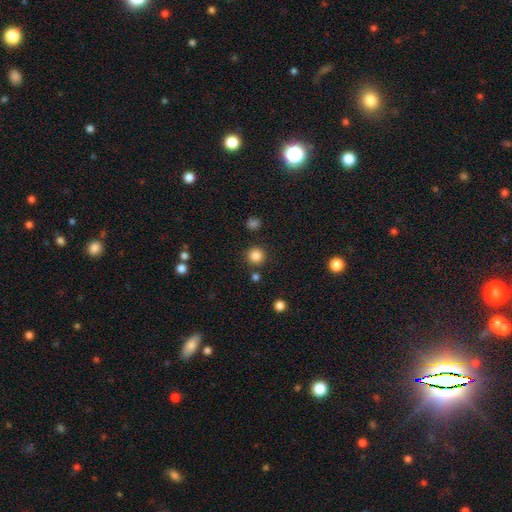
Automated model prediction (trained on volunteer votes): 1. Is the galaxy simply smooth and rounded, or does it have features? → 84% smooth, 12% star or artifact, 4% featured or disk.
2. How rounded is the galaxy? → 95% round, 4% in between, 1% cigar-shaped.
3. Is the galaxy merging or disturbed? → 87% none, 6% minor disturbance, 4% merger, 3% major disturbance.